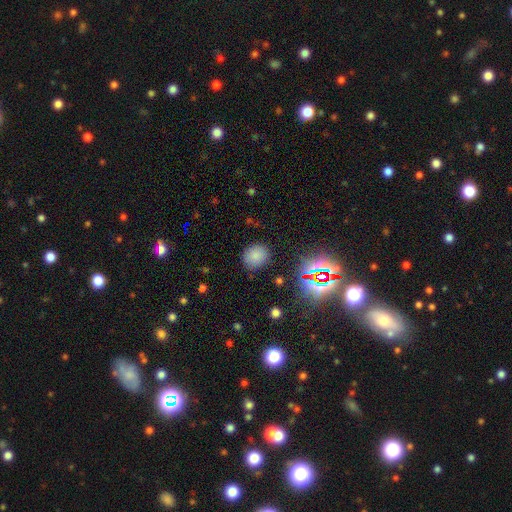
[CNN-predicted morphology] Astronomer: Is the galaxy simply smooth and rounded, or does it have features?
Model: smooth — 76%.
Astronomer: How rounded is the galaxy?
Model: round — 68%.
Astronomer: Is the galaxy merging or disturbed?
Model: none — 83%.